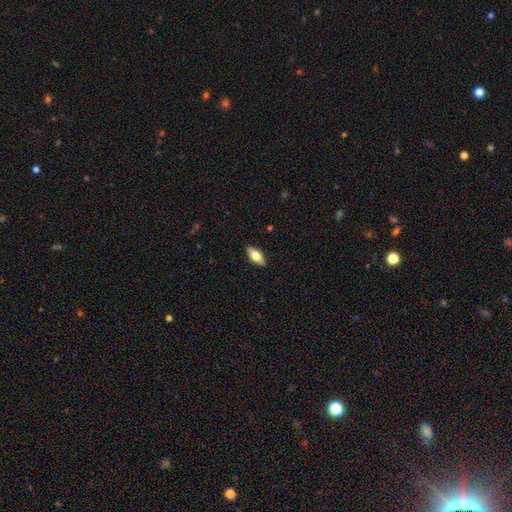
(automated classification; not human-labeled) This appears to be a smooth galaxy with no disk features (58%) that is in between round and cigar-shaped (78%). Merging: none (89%).